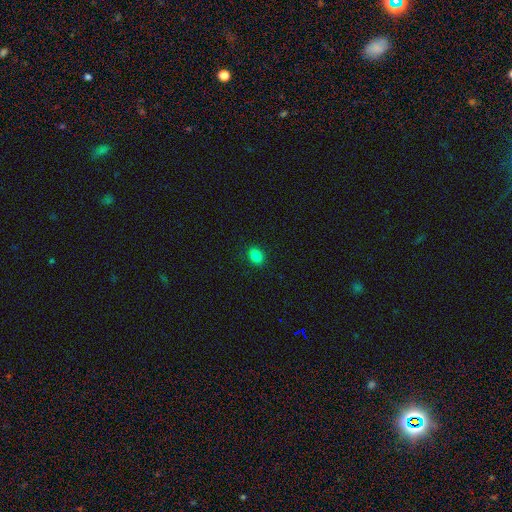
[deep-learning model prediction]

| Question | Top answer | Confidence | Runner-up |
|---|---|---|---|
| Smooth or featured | smooth | 84% | star or artifact (11%) |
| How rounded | in between | 68% | round (31%) |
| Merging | none | 89% | minor disturbance (8%) |